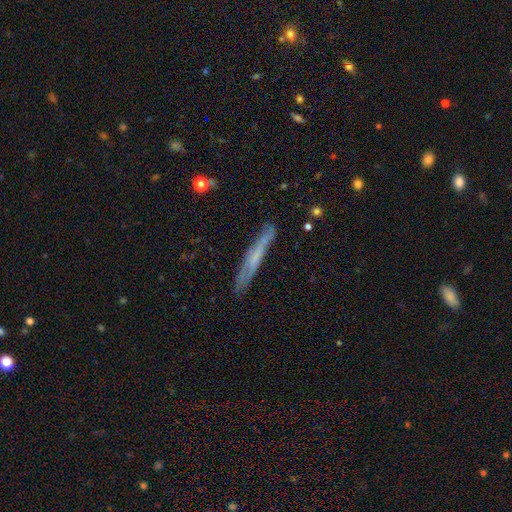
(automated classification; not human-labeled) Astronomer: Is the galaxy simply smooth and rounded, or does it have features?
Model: featured or disk — 52% (runner-up: smooth, 41%).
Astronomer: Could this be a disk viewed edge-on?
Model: yes — 85%.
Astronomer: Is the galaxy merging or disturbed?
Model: none — 81%.